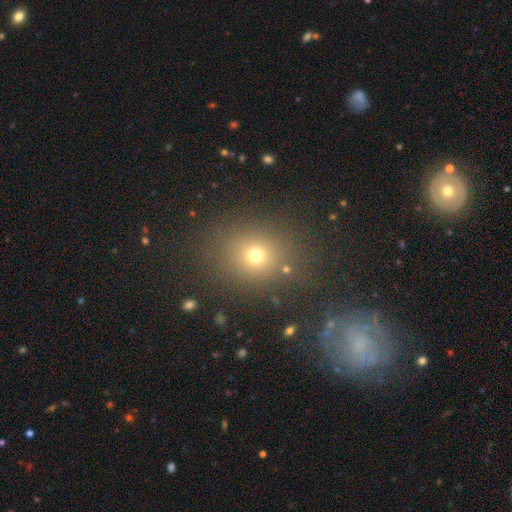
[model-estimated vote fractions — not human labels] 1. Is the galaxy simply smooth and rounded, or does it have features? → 68% smooth, 21% star or artifact, 10% featured or disk.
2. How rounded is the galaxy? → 71% round, 28% in between, 1% cigar-shaped.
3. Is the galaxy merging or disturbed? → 80% none, 11% minor disturbance, 6% major disturbance, 4% merger.